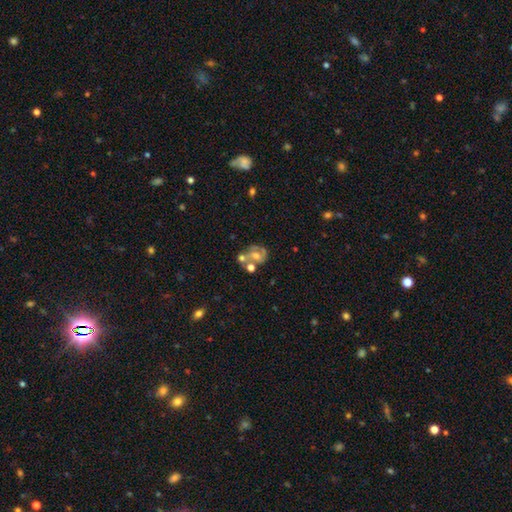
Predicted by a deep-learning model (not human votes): Q: Smooth or featured?
A: featured or disk (60%); runner-up: smooth (27%)
Q: Edge-on disk?
A: no (97%); runner-up: yes (3%)
Q: Bar?
A: no (60%); runner-up: weak (30%)
Q: Spiral arms?
A: yes (62%); runner-up: no (38%)
Q: Bulge size?
A: moderate (52%); runner-up: small (28%)
Q: Merging?
A: none (42%); runner-up: merger (30%)